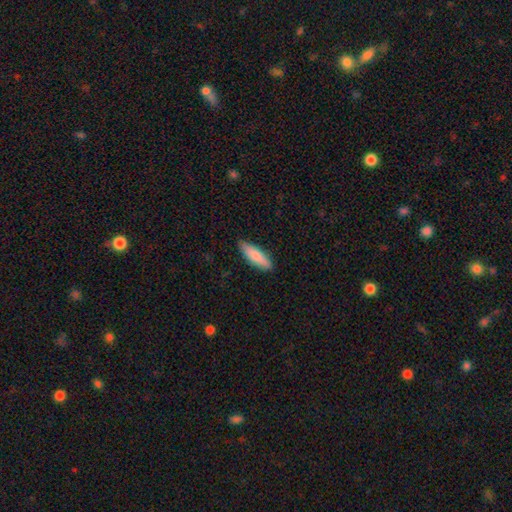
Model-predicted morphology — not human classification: This appears to be a smooth galaxy with no disk features (85%) that is cigar-shaped (53%). Merging: none (86%).